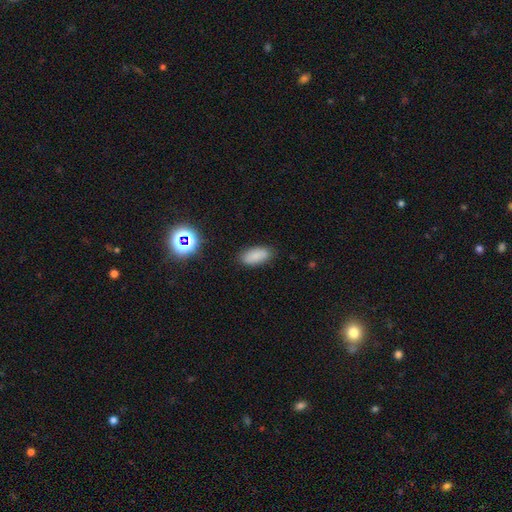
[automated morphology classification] Smooth or featured: smooth — 84% (star or artifact — 10%)
How rounded: in between — 90% (cigar-shaped — 7%)
Merging: none — 85% (minor disturbance — 11%)